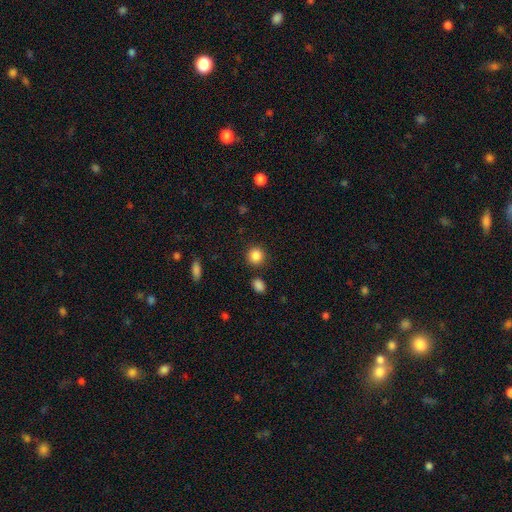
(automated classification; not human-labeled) This appears to be a smooth galaxy with no disk features (86%) that is round (90%). Merging: none (87%).